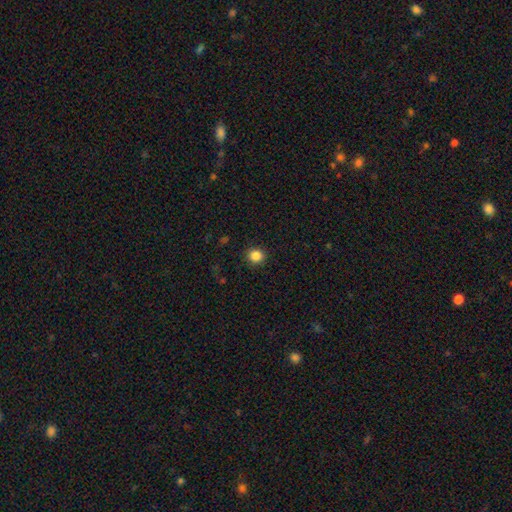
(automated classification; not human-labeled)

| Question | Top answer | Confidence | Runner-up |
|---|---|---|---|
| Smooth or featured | smooth | 85% | star or artifact (11%) |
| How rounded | round | 91% | in between (8%) |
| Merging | none | 91% | minor disturbance (6%) |